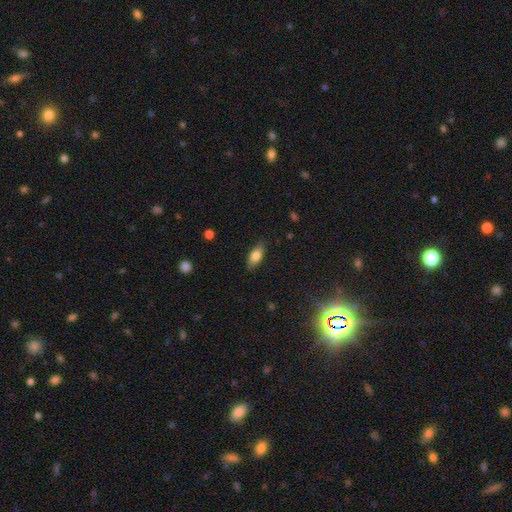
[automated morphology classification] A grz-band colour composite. It shows a smooth galaxy with no disk features (76%) that is in between round and cigar-shaped (83%). Merging: none (84%).